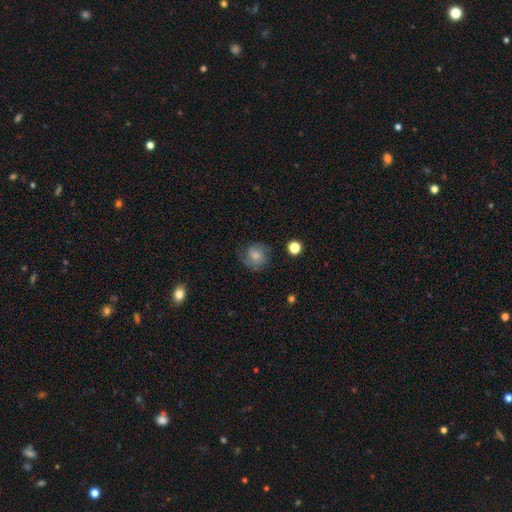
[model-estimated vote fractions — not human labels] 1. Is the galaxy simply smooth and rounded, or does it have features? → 53% smooth, 37% featured or disk, 10% star or artifact.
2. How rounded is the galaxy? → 84% round, 15% in between, 1% cigar-shaped.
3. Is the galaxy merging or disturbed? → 67% none, 21% minor disturbance, 10% major disturbance, 2% merger.